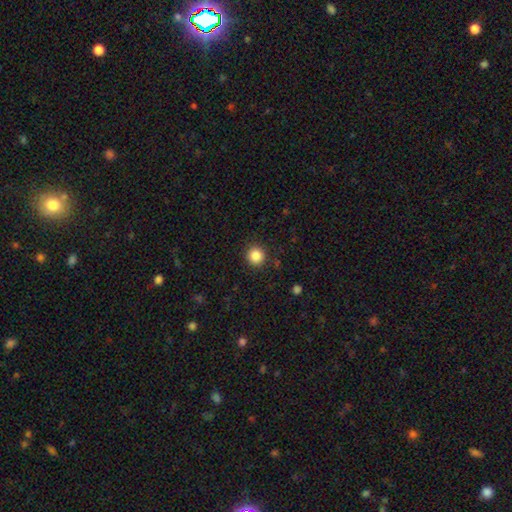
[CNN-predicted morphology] Q: Smooth or featured?
A: smooth (86%); runner-up: star or artifact (11%)
Q: How rounded?
A: round (94%); runner-up: in between (5%)
Q: Merging?
A: none (90%); runner-up: minor disturbance (6%)